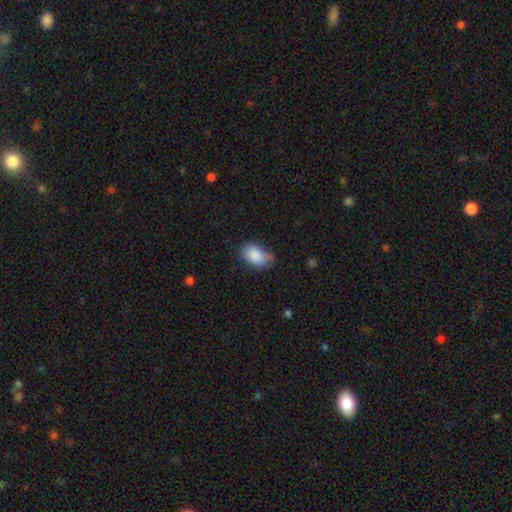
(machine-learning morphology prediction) A smooth galaxy with no disk features (87%) that is in between round and cigar-shaped (88%). Merging: none (58%).